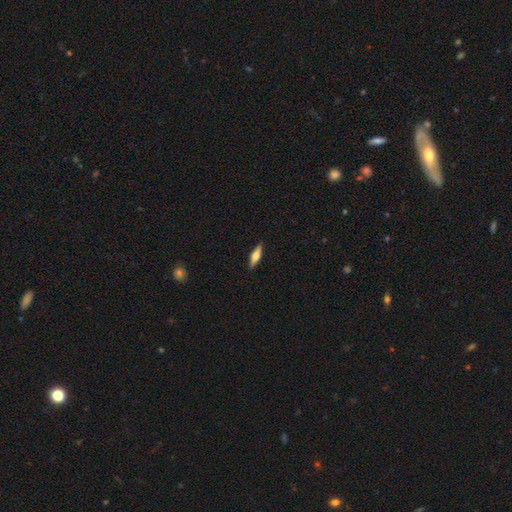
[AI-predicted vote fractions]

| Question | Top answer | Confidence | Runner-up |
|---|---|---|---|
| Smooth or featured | featured or disk | 50% | smooth (44%) |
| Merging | none | 90% | minor disturbance (7%) |